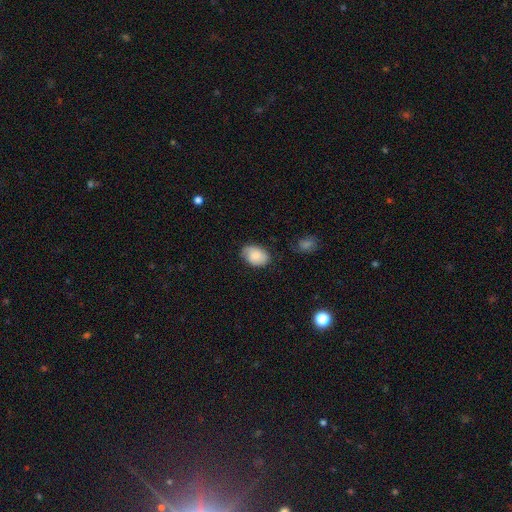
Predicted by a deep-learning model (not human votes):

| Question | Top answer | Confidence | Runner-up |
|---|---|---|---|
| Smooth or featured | smooth | 81% | featured or disk (12%) |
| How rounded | in between | 82% | round (17%) |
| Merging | none | 70% | minor disturbance (23%) |